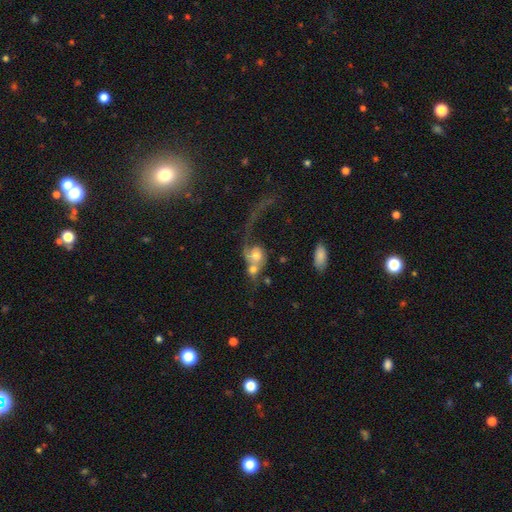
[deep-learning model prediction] Smooth or featured? featured or disk (52%)
Edge-on disk? no (95%)
Merging? merger (61%)